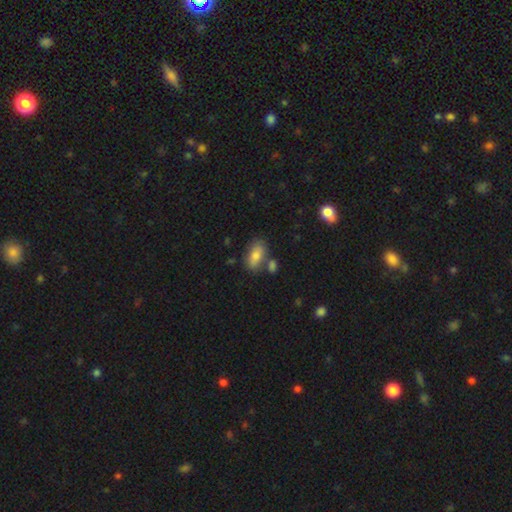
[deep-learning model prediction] Q: Smooth or featured?
A: smooth (78%); runner-up: featured or disk (14%)
Q: How rounded?
A: in between (89%); runner-up: round (5%)
Q: Merging?
A: none (66%); runner-up: minor disturbance (15%)